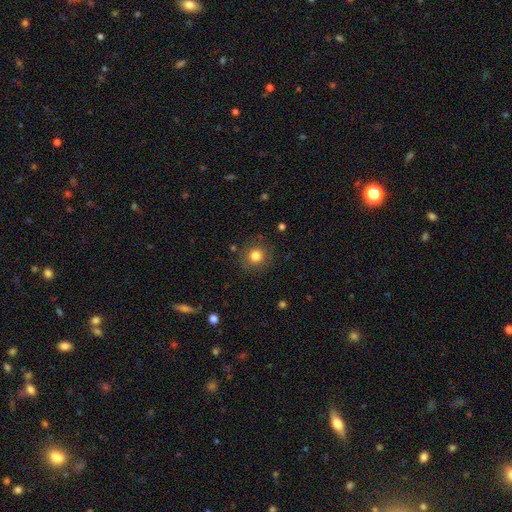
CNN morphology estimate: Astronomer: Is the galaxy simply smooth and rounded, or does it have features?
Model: smooth — 81%.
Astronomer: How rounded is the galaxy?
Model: round — 93%.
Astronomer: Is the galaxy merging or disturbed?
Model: none — 87%.